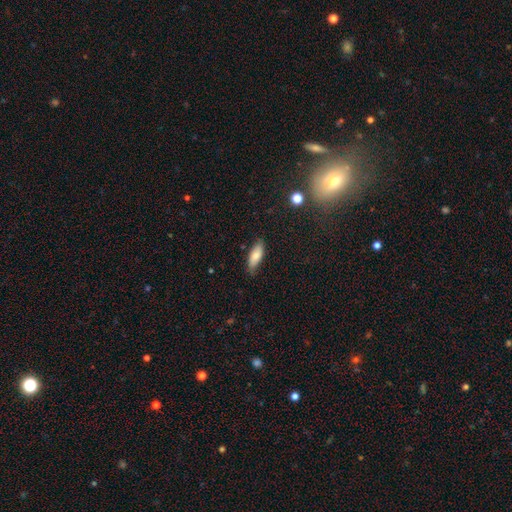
smooth 88%, featured or disk 10%, star or artifact 2%. Down the decision tree: how rounded — in between (66%); merging — none (82%).